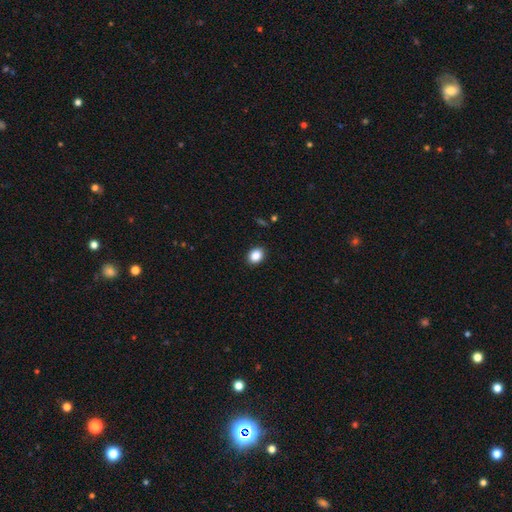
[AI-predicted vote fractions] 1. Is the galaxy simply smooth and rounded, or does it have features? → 87% smooth, 9% star or artifact, 4% featured or disk.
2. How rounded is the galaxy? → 53% in between, 46% round, 1% cigar-shaped.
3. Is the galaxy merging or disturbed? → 91% none, 6% minor disturbance, 2% major disturbance, 1% merger.